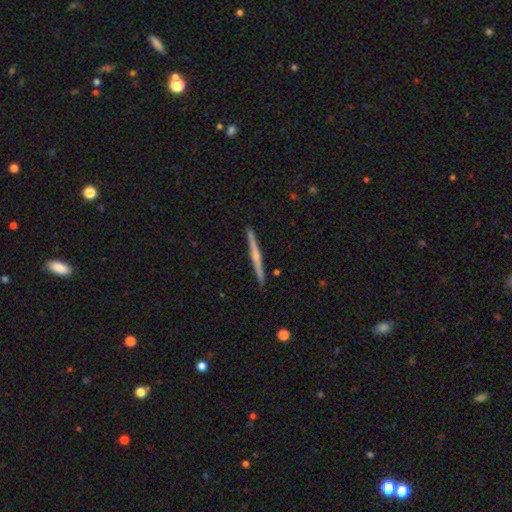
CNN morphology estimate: A featured or disk galaxy (64%) viewed edge-on (98%) with a rounded central bulge (59%). Merging: none (92%).